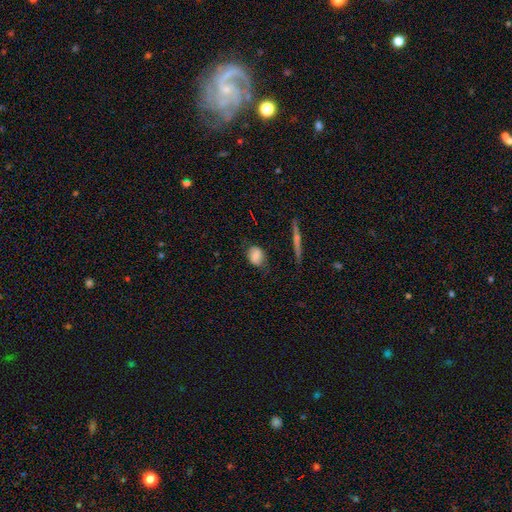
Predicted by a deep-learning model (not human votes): This is likely a smooth galaxy (76%). How rounded: likely in between (62%). Merging: likely none (65%).